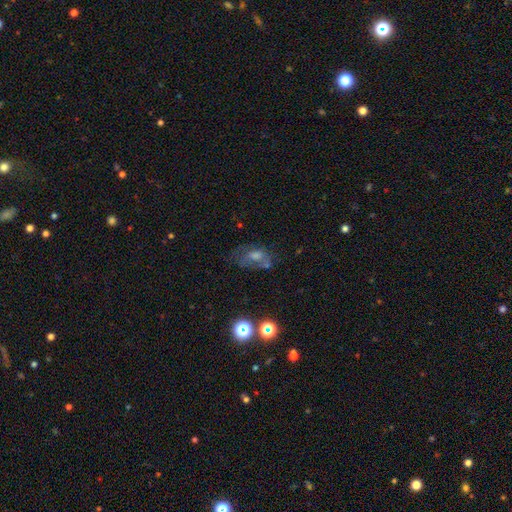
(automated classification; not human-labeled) Overall: featured or disk (42%; smooth 34%). Merging: none (46%; minor disturbance 23%).